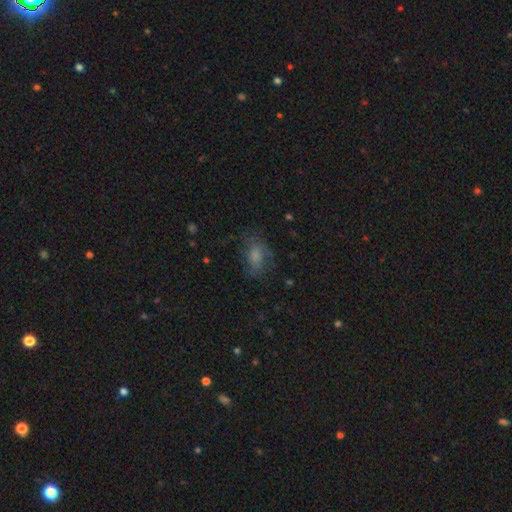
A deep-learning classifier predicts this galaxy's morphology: Smooth or featured: smooth — 61% (featured or disk — 26%)
How rounded: in between — 79% (round — 17%)
Merging: none — 55% (minor disturbance — 24%)